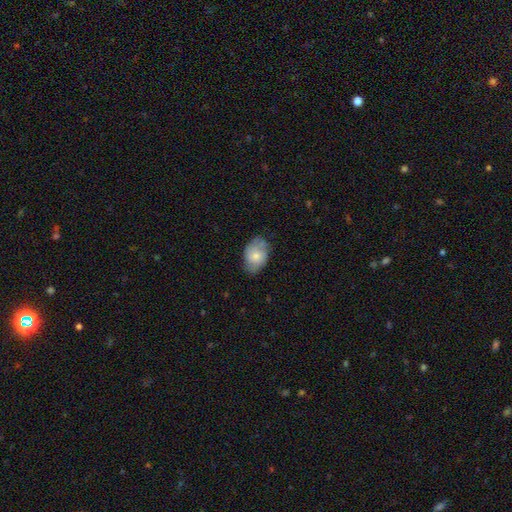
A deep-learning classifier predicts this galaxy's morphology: A smooth galaxy with no disk features (60%) that is in between round and cigar-shaped (82%). Merging: none (68%).